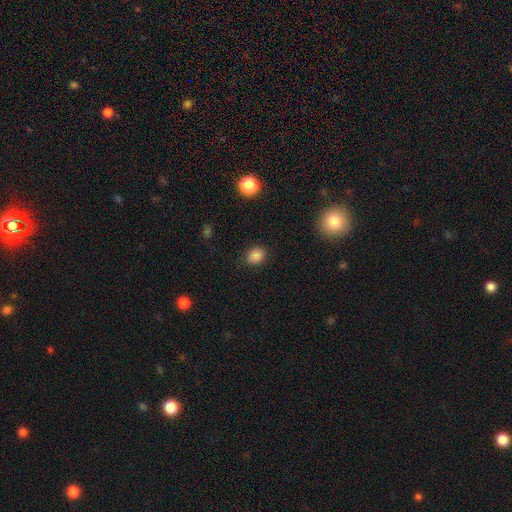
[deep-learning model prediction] This appears to be a smooth galaxy with no disk features (85%) that is round (58%). Merging: none (86%).